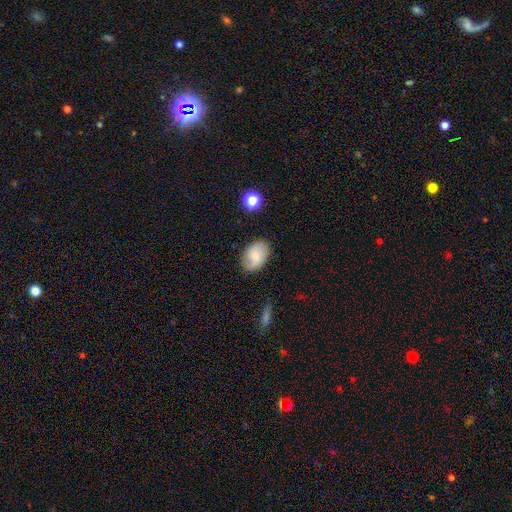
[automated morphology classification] A smooth galaxy with no disk features (62%) that is in between round and cigar-shaped (83%). Merging: none (76%).